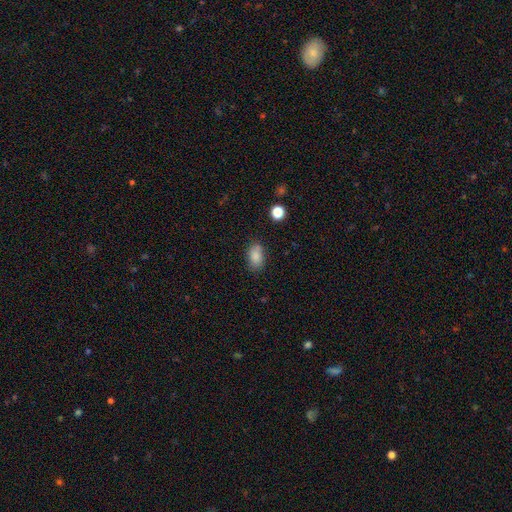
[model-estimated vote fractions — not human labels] smooth-or-featured: smooth: 83% | star or artifact: 9% | featured or disk: 7%
  how-rounded: in between: 87% | round: 10% | cigar-shaped: 2%
  merging: none: 72% | minor disturbance: 17% | merger: 6% | major disturbance: 4%